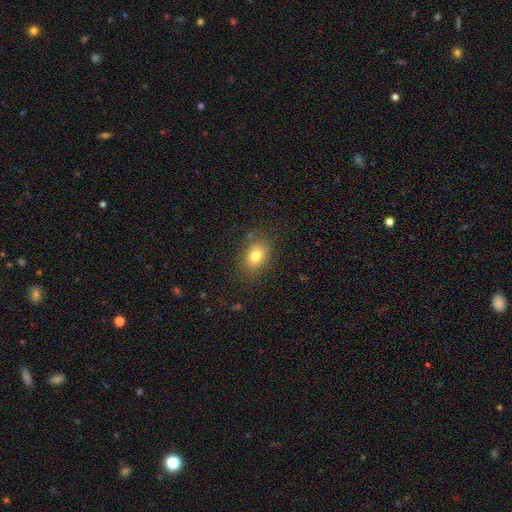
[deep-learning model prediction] smooth_or_featured: smooth (p=0.78) [alt: star or artifact p=0.11]
how_rounded: in between (p=0.64) [alt: round p=0.35]
merging: none (p=0.80) [alt: minor disturbance p=0.13]